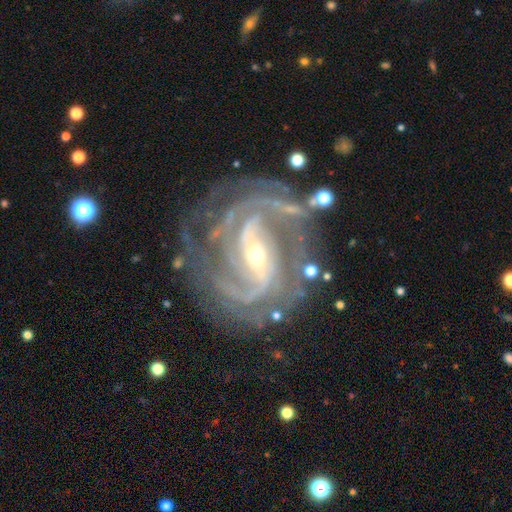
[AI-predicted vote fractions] Smooth or featured?
  - featured or disk: 92% *
  - star or artifact: 5%
  - smooth: 2%
Edge-on disk?
  - no: 97% *
  - yes: 3%
Bar?
  - strong: 49% *
  - weak: 34%
  - no: 17%
Spiral arms?
  - yes: 98% *
  - no: 2%
Spiral winding?
  - tight: 55% *
  - medium: 39%
  - loose: 6%
Spiral arm count?
  - 2: 37% *
  - 3: 24%
  - 4: 15%
  - can't tell: 12%
  - more than 4: 7%
  - 1: 6%
Bulge size?
  - small: 64% *
  - moderate: 32%
  - large: 2%
  - none: 1%
  - dominant: 1%
Merging?
  - none: 72% *
  - minor disturbance: 17%
  - major disturbance: 9%
  - merger: 2%